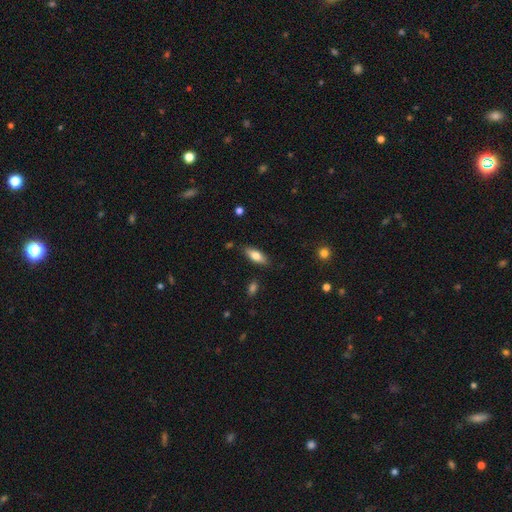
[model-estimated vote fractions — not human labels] Smooth or featured?
  - smooth: 74% *
  - featured or disk: 19%
  - star or artifact: 7%
How rounded?
  - in between: 74% *
  - cigar-shaped: 23%
  - round: 2%
Merging?
  - none: 83% *
  - minor disturbance: 13%
  - major disturbance: 3%
  - merger: 2%